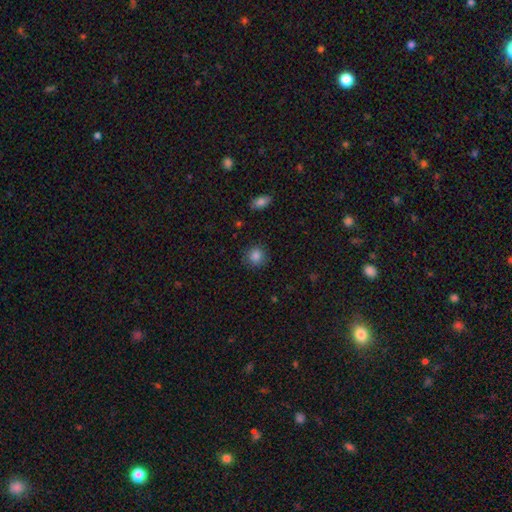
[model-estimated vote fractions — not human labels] The model was most divided on "smooth or featured": smooth: 85%, star or artifact: 10%, featured or disk: 5%. More confident: how rounded — round (89%); merging — none (88%).